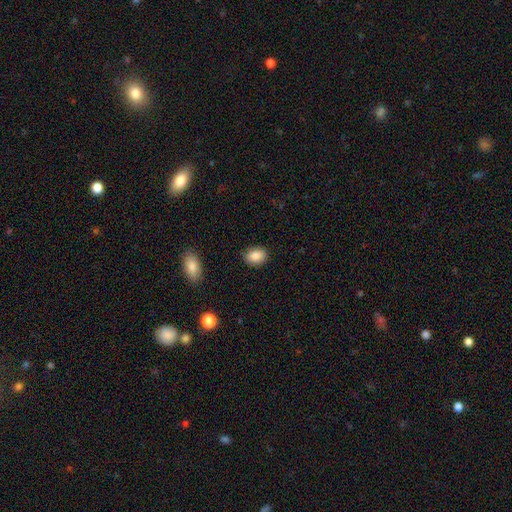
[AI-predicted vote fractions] Q: Smooth or featured?
A: smooth (86%); runner-up: star or artifact (8%)
Q: How rounded?
A: in between (66%); runner-up: round (33%)
Q: Merging?
A: none (87%); runner-up: minor disturbance (10%)